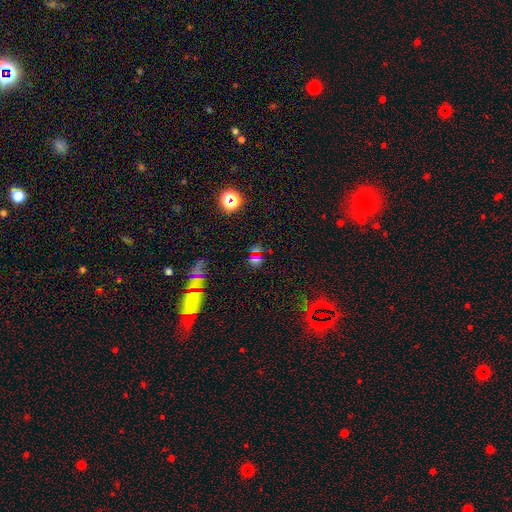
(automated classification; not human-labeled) The model was most divided on "smooth or featured": star or artifact: 47%, smooth: 43%, featured or disk: 11%.